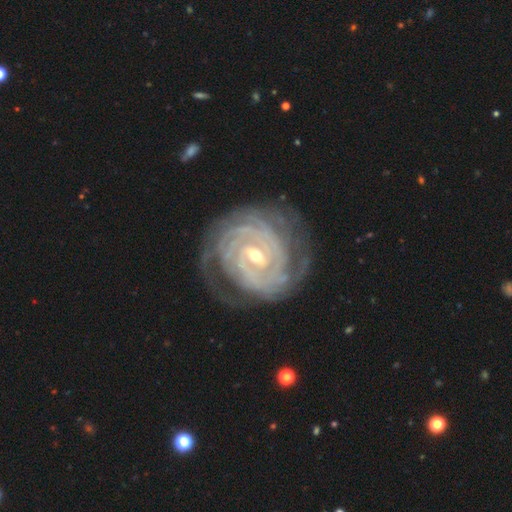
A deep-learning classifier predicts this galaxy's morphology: Smooth or featured? featured or disk (92%)
Edge-on disk? no (97%)
Bar? weak (48%)
Spiral arms? yes (98%)
Spiral winding? tight (85%)
Spiral arm count? 4 (25%)
Bulge size? small (49%)
Merging? none (77%)